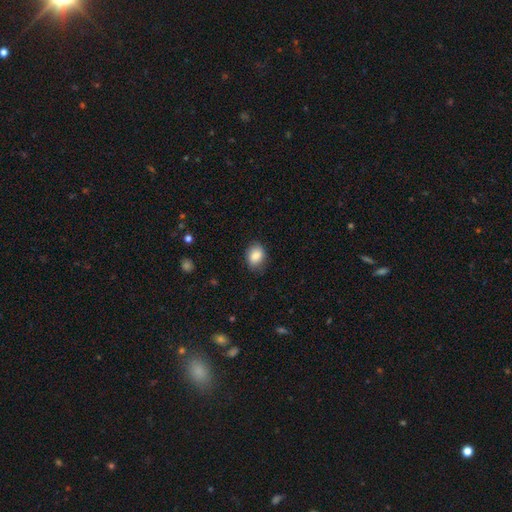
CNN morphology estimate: smooth_or_featured: smooth (p=0.86) [alt: star or artifact p=0.08]
how_rounded: in between (p=0.69) [alt: round p=0.30]
merging: none (p=0.81) [alt: minor disturbance p=0.15]